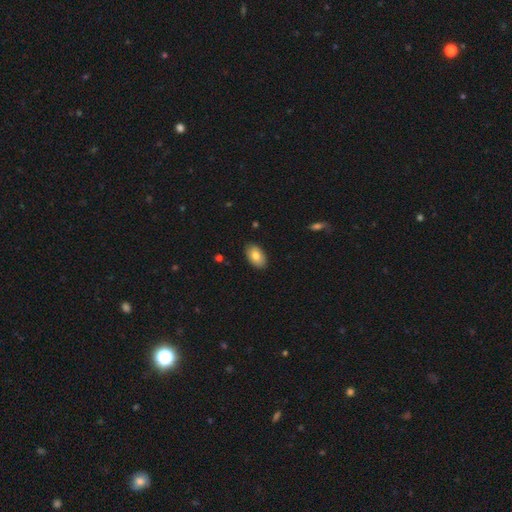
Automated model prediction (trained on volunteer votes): Smooth or featured?
  - smooth: 80% *
  - featured or disk: 14%
  - star or artifact: 7%
How rounded?
  - in between: 93% *
  - round: 6%
  - cigar-shaped: 1%
Merging?
  - none: 89% *
  - minor disturbance: 8%
  - major disturbance: 2%
  - merger: 1%